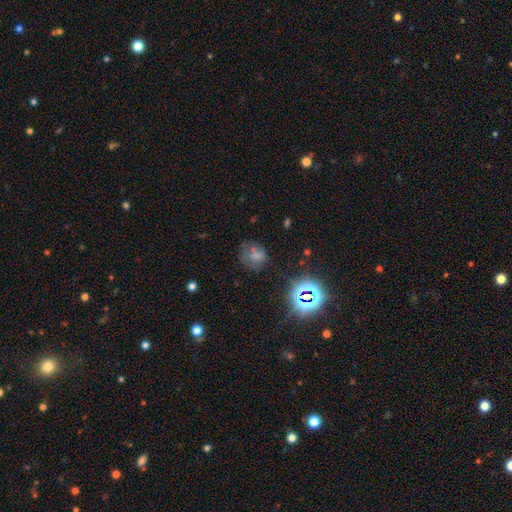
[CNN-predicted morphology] smooth-or-featured: smooth: 54% | star or artifact: 26% | featured or disk: 20%
  how-rounded: round: 65% | in between: 34% | cigar-shaped: 1%
  merging: none: 50% | minor disturbance: 24% | major disturbance: 19% | merger: 7%